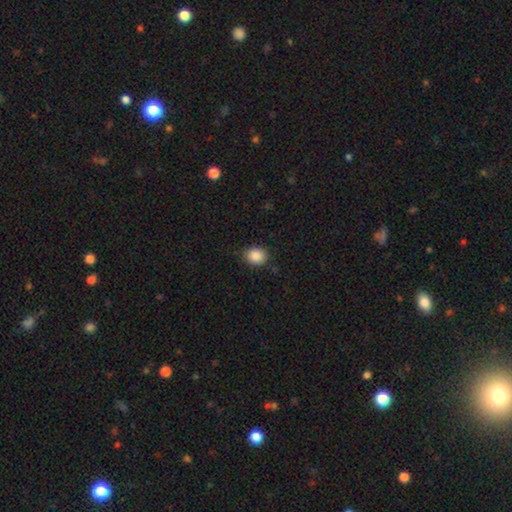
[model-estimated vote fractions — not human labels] Morphology: type=smooth (87%); roundness=round (61%); merging=none (82%).